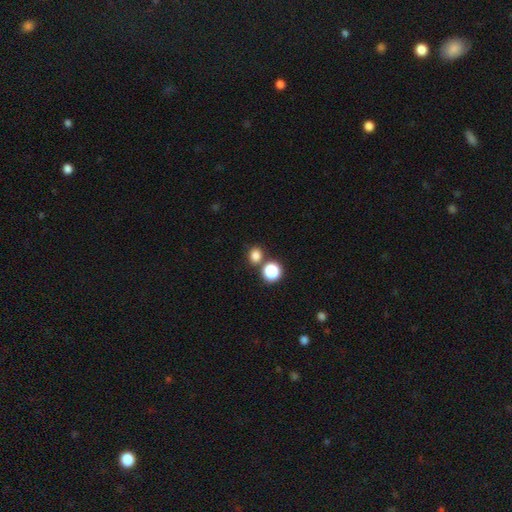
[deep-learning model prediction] This appears to be a smooth galaxy with no disk features (79%) that is round (70%). Merging: none (72%).